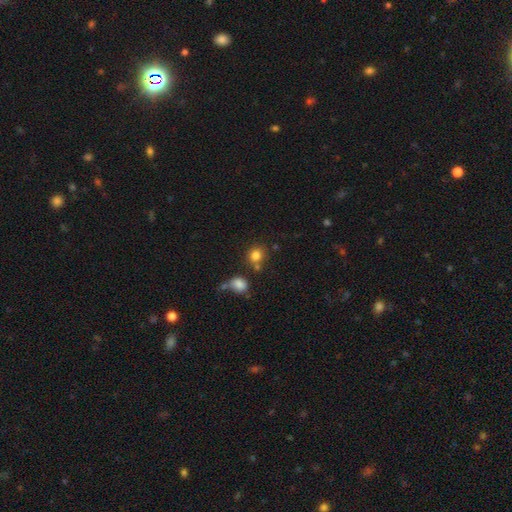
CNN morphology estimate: This appears to be a smooth galaxy with no disk features (80%) that is round (79%). Merging: none (68%).